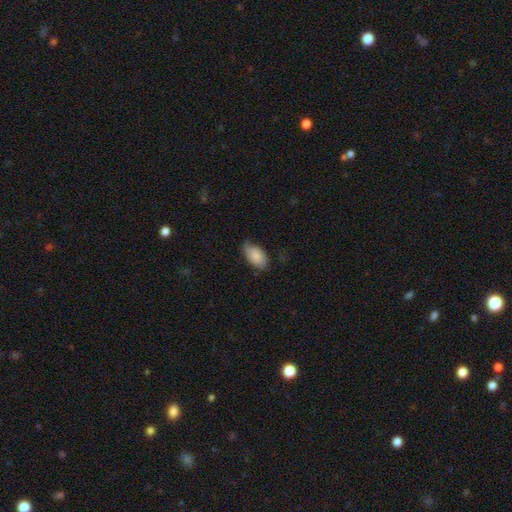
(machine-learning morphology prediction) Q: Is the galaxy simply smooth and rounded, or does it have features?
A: smooth — 82%.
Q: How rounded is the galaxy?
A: in between — 95%.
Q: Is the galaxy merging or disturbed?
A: none — 60%.